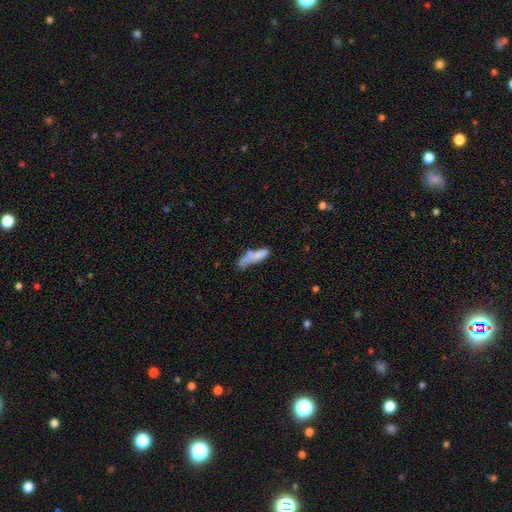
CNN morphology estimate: type=smooth (70%); roundness=cigar-shaped (64%); merging=none (32%).